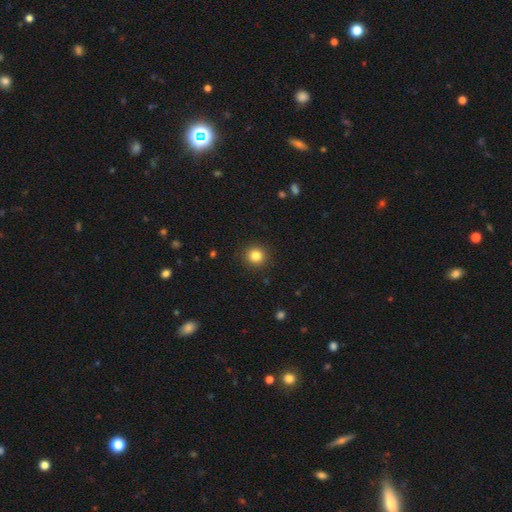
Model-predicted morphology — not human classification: Smooth or featured? smooth (83%)
How rounded? round (92%)
Merging? none (92%)